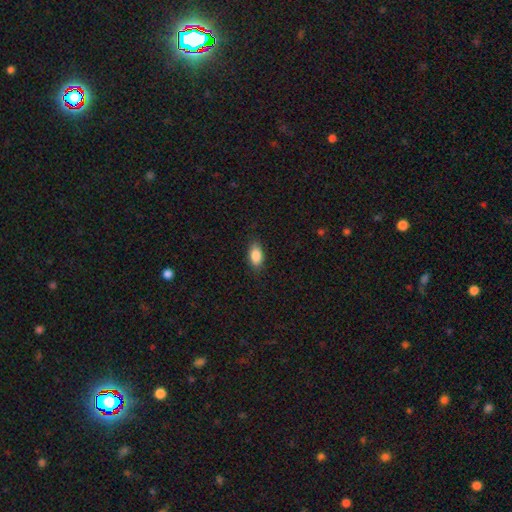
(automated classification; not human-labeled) smooth-or-featured: smooth: 87% | star or artifact: 7% | featured or disk: 6%
  how-rounded: in between: 90% | cigar-shaped: 5% | round: 5%
  merging: none: 85% | minor disturbance: 11% | major disturbance: 3% | merger: 1%